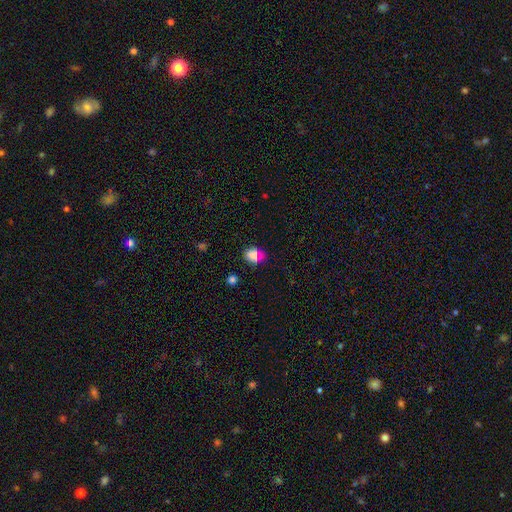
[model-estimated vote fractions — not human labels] Overall: smooth (78%). How rounded: in between (50%; round 48%). Merging: none (70%).